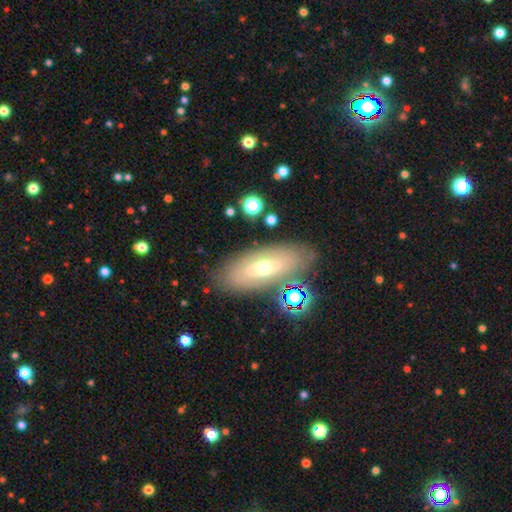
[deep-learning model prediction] Morphology: type=featured or disk (50%); edge-on=no (67%); merging=none (82%).